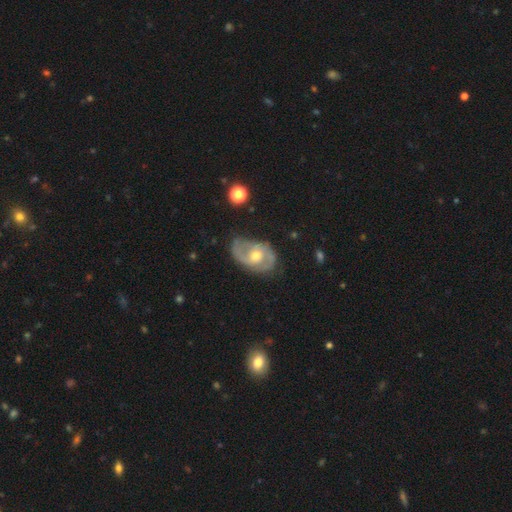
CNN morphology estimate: Q: Smooth or featured?
A: featured or disk (78%); runner-up: smooth (16%)
Q: Edge-on disk?
A: no (96%); runner-up: yes (4%)
Q: Bar?
A: no (55%); runner-up: weak (36%)
Q: Spiral arms?
A: yes (86%); runner-up: no (14%)
Q: Spiral winding?
A: medium (46%); runner-up: tight (32%)
Q: Spiral arm count?
A: 2 (74%); runner-up: can't tell (14%)
Q: Bulge size?
A: moderate (70%); runner-up: small (23%)
Q: Merging?
A: none (60%); runner-up: minor disturbance (27%)